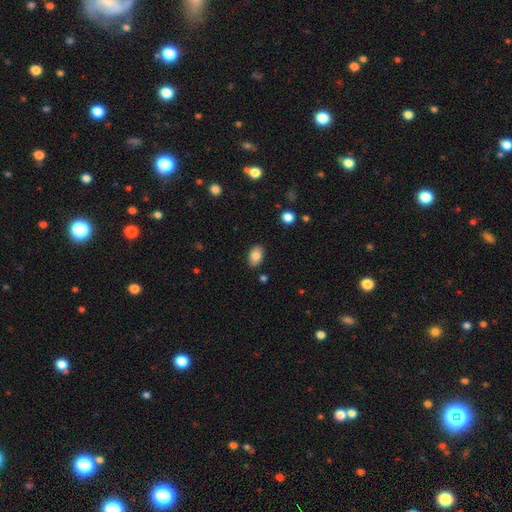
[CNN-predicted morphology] type=smooth (83%); roundness=in between (90%); merging=none (87%).